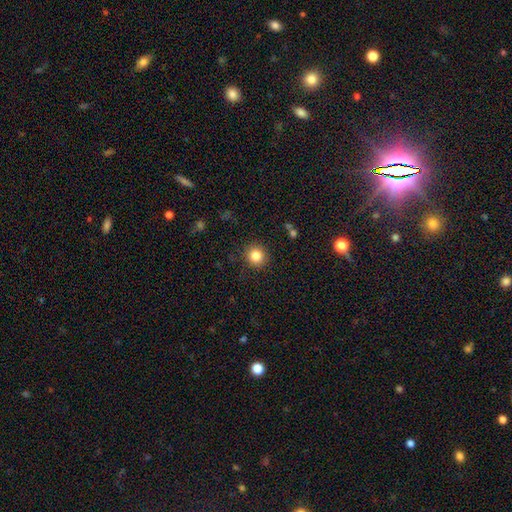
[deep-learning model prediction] smooth_or_featured: smooth (p=0.84) [alt: star or artifact p=0.11]
how_rounded: round (p=0.93) [alt: in between p=0.07]
merging: none (p=0.90) [alt: minor disturbance p=0.07]